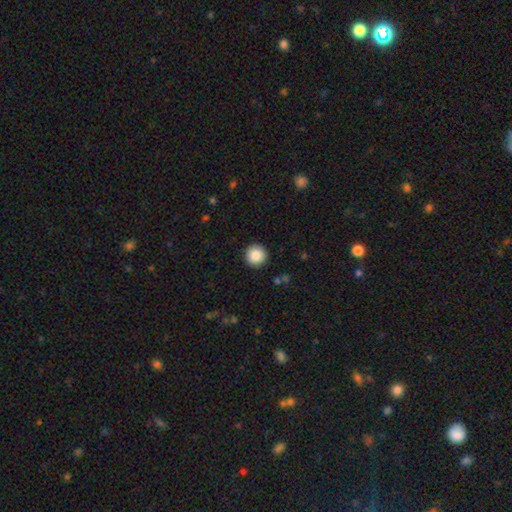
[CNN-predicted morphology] Smooth or featured? smooth (88%)
How rounded? round (96%)
Merging? none (93%)